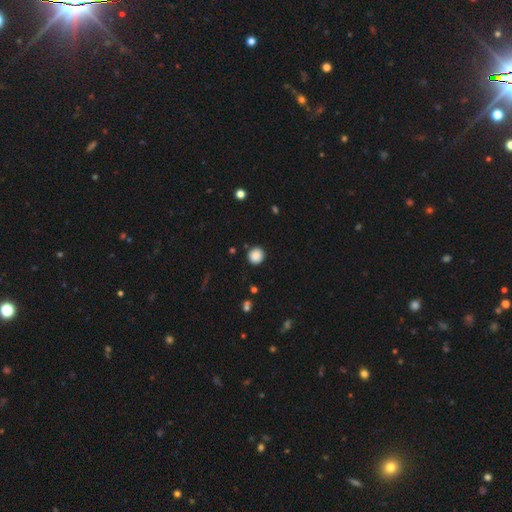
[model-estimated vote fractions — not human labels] Smooth or featured?
  - smooth: 87% *
  - star or artifact: 9%
  - featured or disk: 4%
How rounded?
  - round: 92% *
  - in between: 7%
  - cigar-shaped: 1%
Merging?
  - none: 89% *
  - minor disturbance: 7%
  - major disturbance: 2%
  - merger: 2%